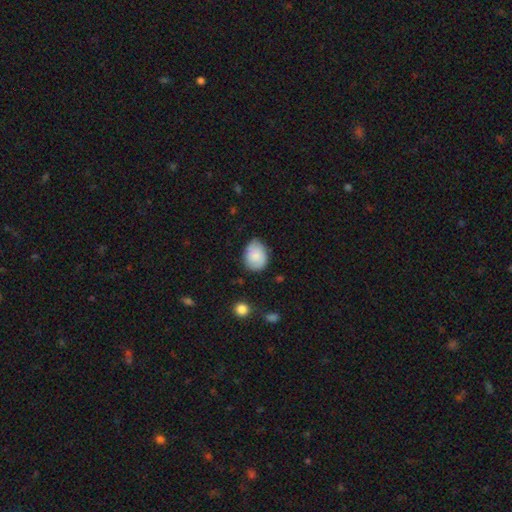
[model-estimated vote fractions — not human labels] smooth_or_featured: smooth (p=0.79) [alt: featured or disk p=0.14]
how_rounded: in between (p=0.56) [alt: round p=0.43]
merging: none (p=0.72) [alt: minor disturbance p=0.22]